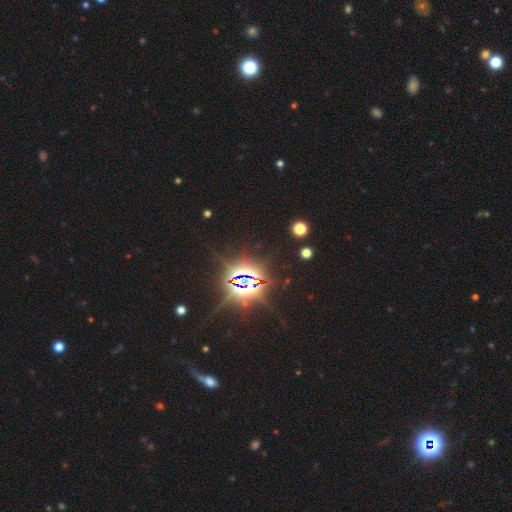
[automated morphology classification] type=star or artifact (86%).